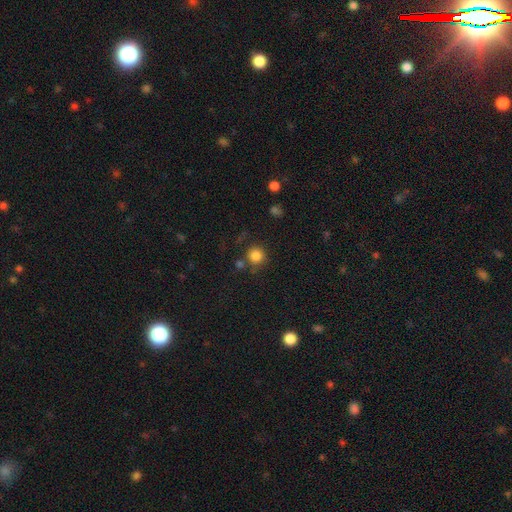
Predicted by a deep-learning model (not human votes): smooth-or-featured: smooth: 83% | star or artifact: 12% | featured or disk: 5%
  how-rounded: round: 94% | in between: 5% | cigar-shaped: 1%
  merging: none: 78% | minor disturbance: 10% | merger: 9% | major disturbance: 4%